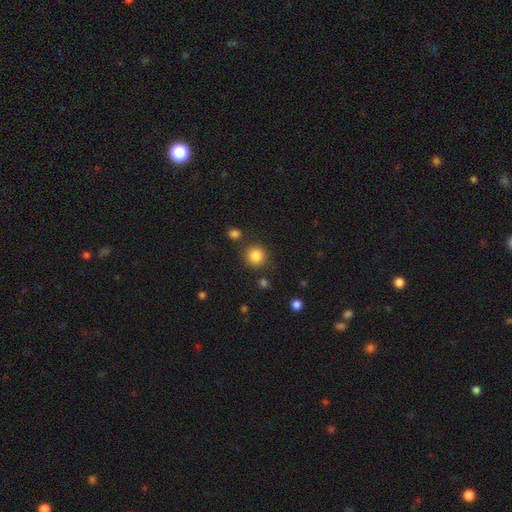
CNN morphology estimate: smooth-or-featured: smooth: 85% | star or artifact: 11% | featured or disk: 5%
  how-rounded: round: 93% | in between: 6% | cigar-shaped: 1%
  merging: none: 86% | minor disturbance: 7% | merger: 4% | major disturbance: 3%